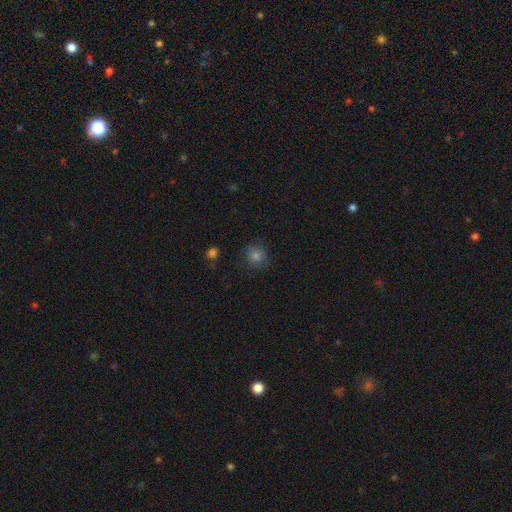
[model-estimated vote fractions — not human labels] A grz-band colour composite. It shows a smooth galaxy with no disk features (76%) that is round (84%). Merging: none (79%).